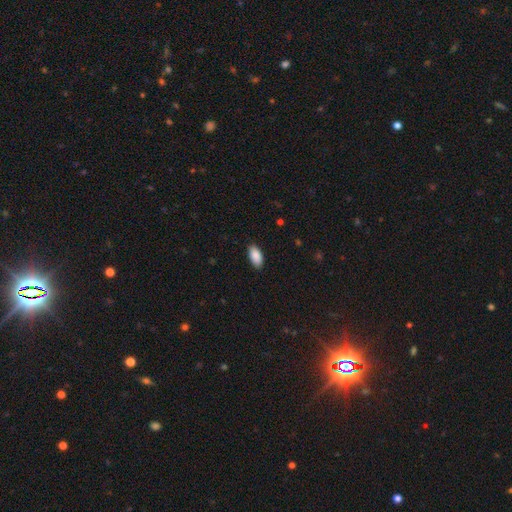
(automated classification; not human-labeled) This appears to be a smooth galaxy with no disk features (90%) that is in between round and cigar-shaped (94%). Merging: none (88%).